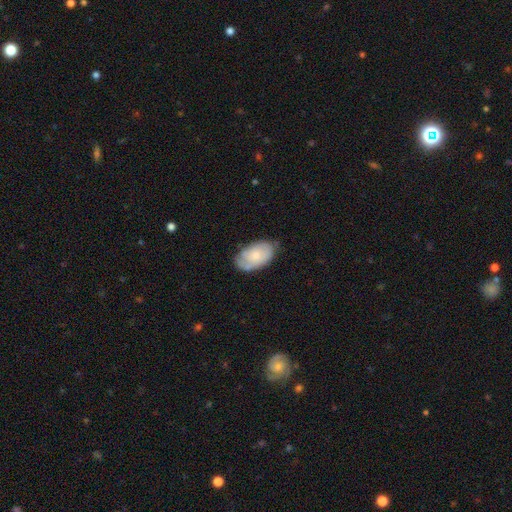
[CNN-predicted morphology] This is possibly a smooth galaxy (51%). How rounded: clearly in between (93%). Merging: likely none (63%).